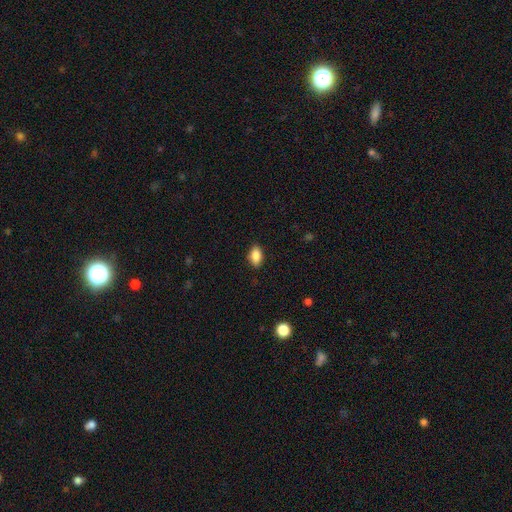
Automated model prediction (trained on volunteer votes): Morphology: type=smooth (85%); roundness=in between (89%); merging=none (86%).